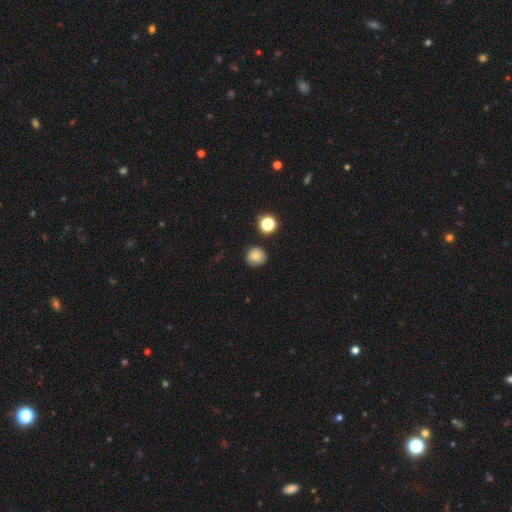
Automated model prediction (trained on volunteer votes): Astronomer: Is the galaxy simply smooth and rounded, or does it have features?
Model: smooth — 73%.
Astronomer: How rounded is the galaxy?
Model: round — 88%.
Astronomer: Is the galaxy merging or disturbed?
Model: none — 76%.